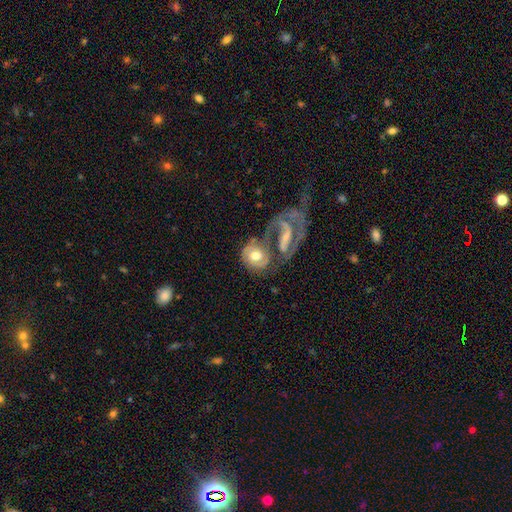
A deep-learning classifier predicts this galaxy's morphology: The model was most divided on "smooth or featured": featured or disk: 57%, smooth: 36%, star or artifact: 6%. More confident: edge-on disk — no (95%); spiral arms — yes (72%); bulge size — moderate (65%); bar — no (58%); merging — merger (51%).